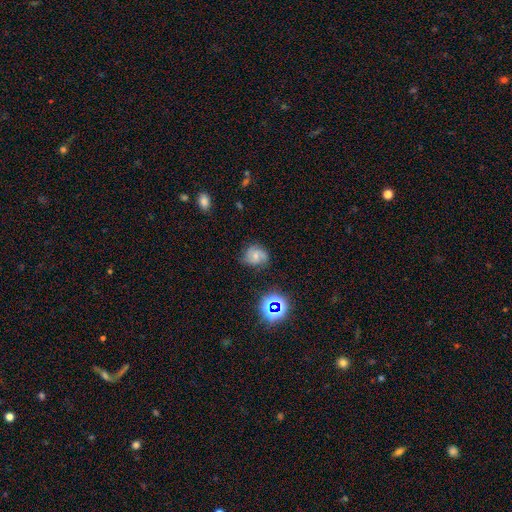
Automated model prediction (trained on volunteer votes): A featured or disk galaxy (47%). Merging: none (63%).